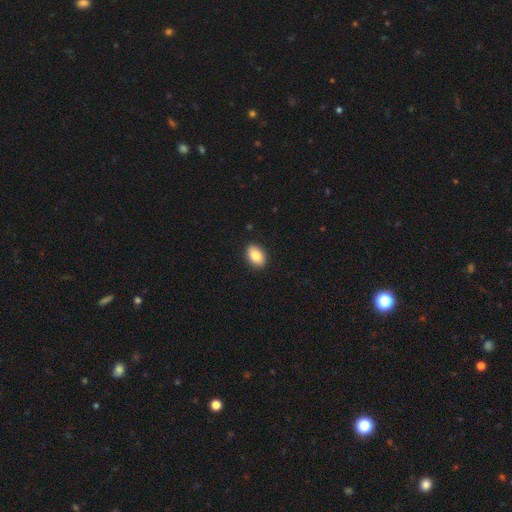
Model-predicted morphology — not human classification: Q: Smooth or featured?
A: smooth (84%); runner-up: featured or disk (9%)
Q: How rounded?
A: in between (87%); runner-up: round (12%)
Q: Merging?
A: none (90%); runner-up: minor disturbance (7%)